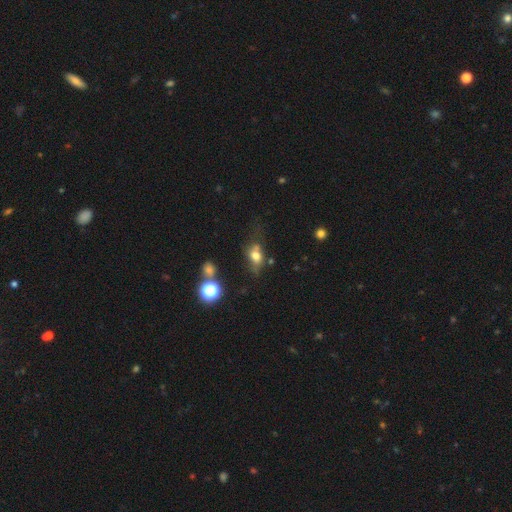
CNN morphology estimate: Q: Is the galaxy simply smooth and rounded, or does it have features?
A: smooth — 67%.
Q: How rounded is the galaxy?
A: in between — 64%.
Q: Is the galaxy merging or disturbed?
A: none — 45%.